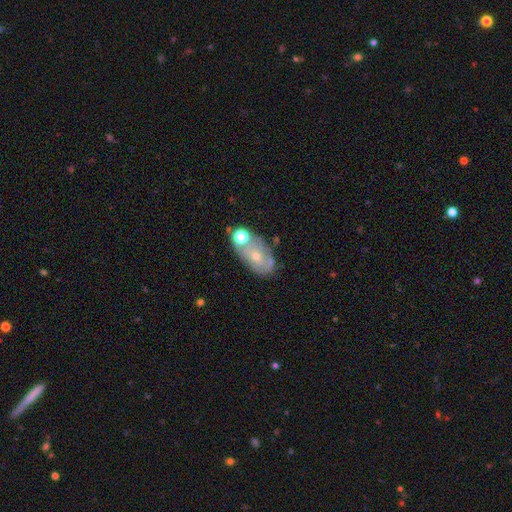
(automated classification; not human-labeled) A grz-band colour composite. It shows a featured or disk galaxy (52%). Merging: none (52%).